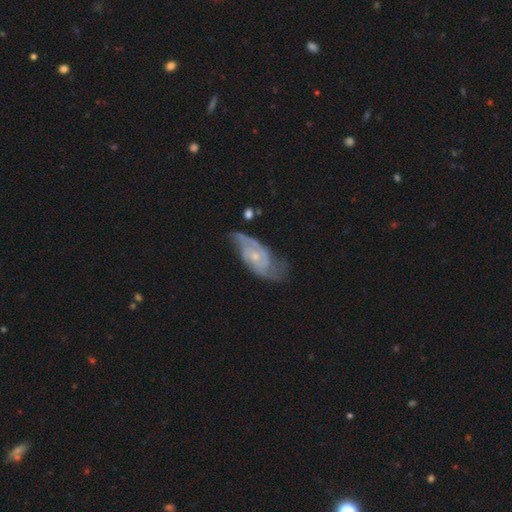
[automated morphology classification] Smooth or featured?
  - featured or disk: 82% *
  - smooth: 12%
  - star or artifact: 6%
Edge-on disk?
  - no: 94% *
  - yes: 6%
Bar?
  - no: 67% *
  - weak: 28%
  - strong: 5%
Spiral arms?
  - yes: 93% *
  - no: 7%
Spiral winding?
  - medium: 45% *
  - tight: 36%
  - loose: 18%
Spiral arm count?
  - 2: 72% *
  - can't tell: 14%
  - 3: 7%
  - 1: 3%
  - 4: 2%
  - more than 4: 2%
Bulge size?
  - small: 64% *
  - moderate: 31%
  - none: 3%
  - large: 1%
  - dominant: 1%
Merging?
  - none: 57% *
  - minor disturbance: 27%
  - major disturbance: 13%
  - merger: 3%